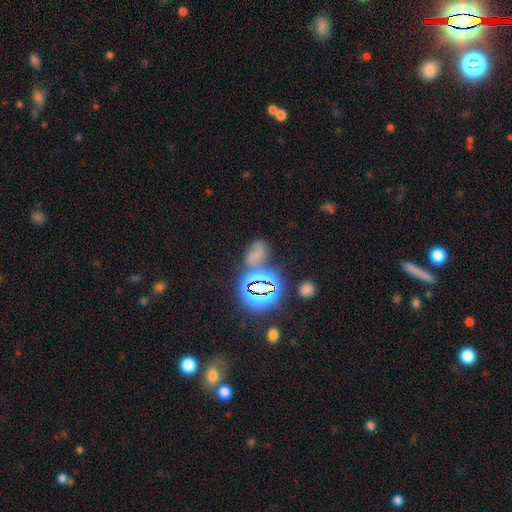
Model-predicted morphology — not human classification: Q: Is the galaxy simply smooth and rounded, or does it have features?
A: star or artifact — 41%, tied with smooth.